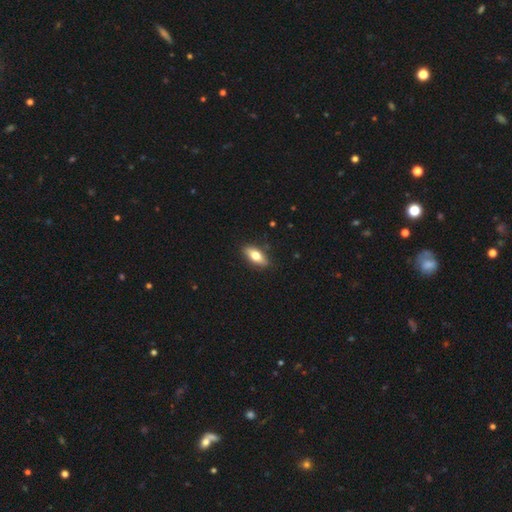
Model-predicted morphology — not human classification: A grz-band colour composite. It shows a smooth galaxy with no disk features (68%) that is in between round and cigar-shaped (75%). Merging: none (87%).